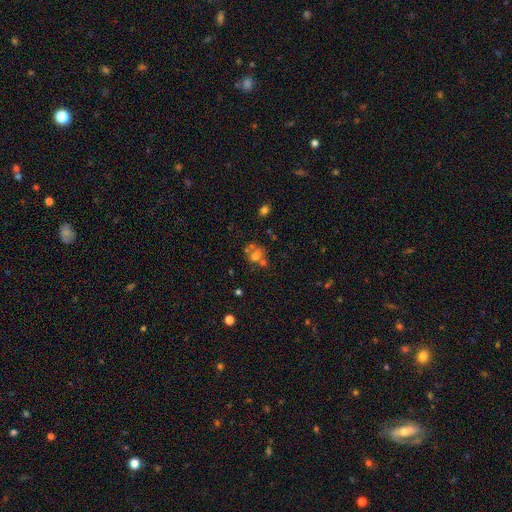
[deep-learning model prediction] This appears to be a smooth galaxy with no disk features (52%) that is round (55%). Merging: none (40%).